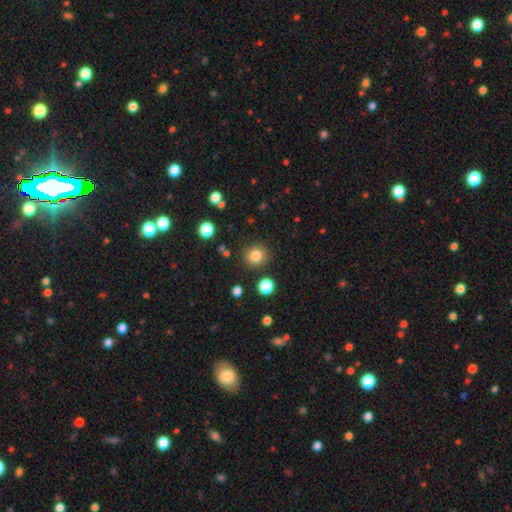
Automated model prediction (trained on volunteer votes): The model was most divided on "smooth or featured": smooth: 83%, star or artifact: 12%, featured or disk: 6%. More confident: how rounded — round (87%); merging — none (86%).